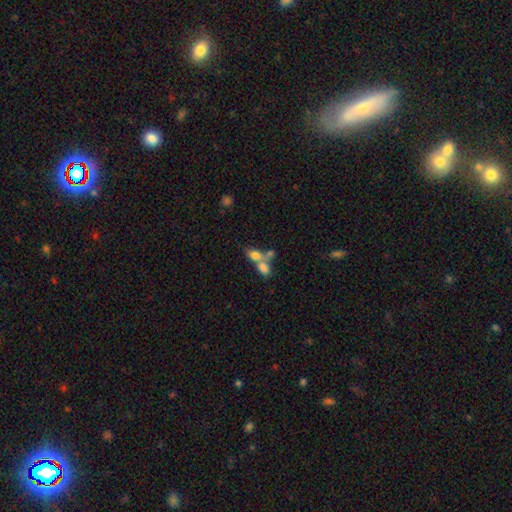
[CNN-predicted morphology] smooth_or_featured: smooth (p=0.71) [alt: featured or disk p=0.18]
how_rounded: in between (p=0.78) [alt: round p=0.17]
merging: merger (p=0.65) [alt: none p=0.23]